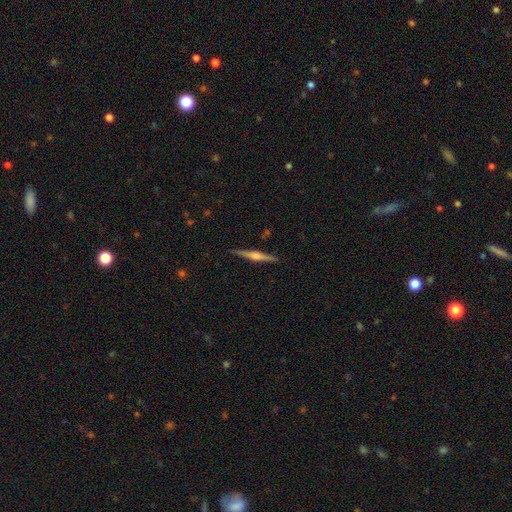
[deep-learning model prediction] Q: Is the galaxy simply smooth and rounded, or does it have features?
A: featured or disk — 75%.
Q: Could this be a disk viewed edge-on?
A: yes — 98%.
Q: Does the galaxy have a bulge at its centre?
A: rounded — 82%.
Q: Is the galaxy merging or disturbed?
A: none — 92%.